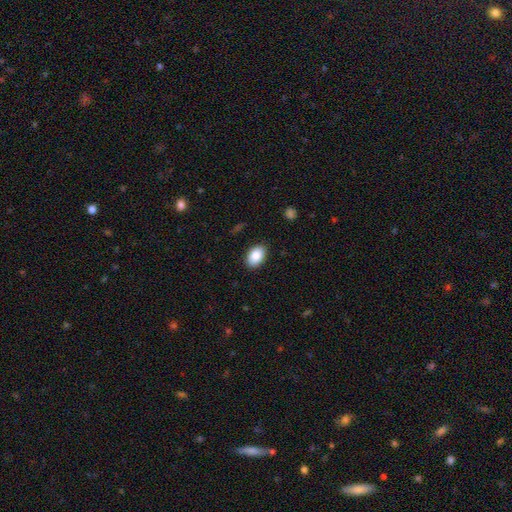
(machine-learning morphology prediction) smooth_or_featured: smooth (p=0.87) [alt: star or artifact p=0.07]
how_rounded: in between (p=0.89) [alt: round p=0.10]
merging: none (p=0.88) [alt: minor disturbance p=0.09]